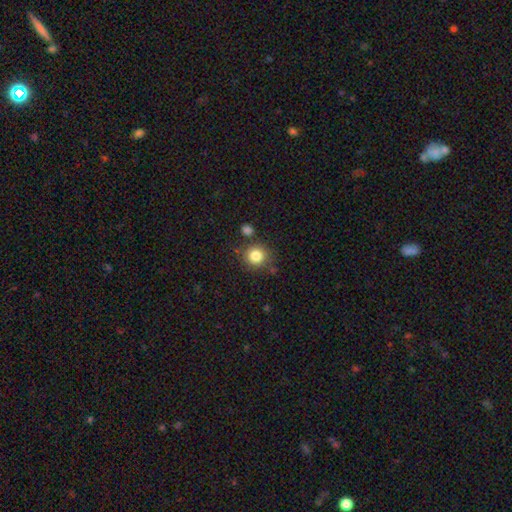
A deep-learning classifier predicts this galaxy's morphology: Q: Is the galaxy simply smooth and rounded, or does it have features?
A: smooth — 84%.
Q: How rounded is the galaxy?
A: round — 90%.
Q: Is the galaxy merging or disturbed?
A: none — 78%.